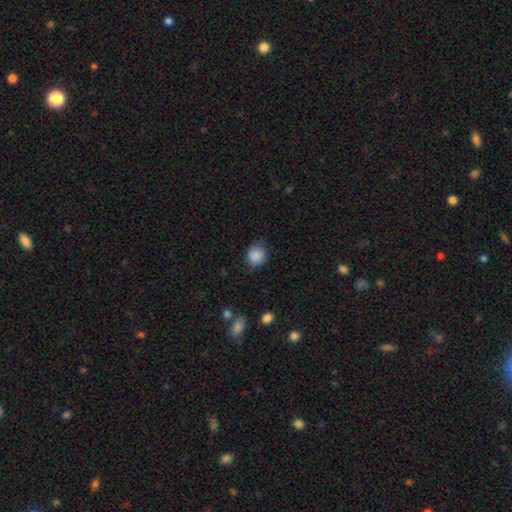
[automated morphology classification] smooth 87%, star or artifact 9%, featured or disk 5%. Down the decision tree: how rounded — round (79%); merging — none (74%).